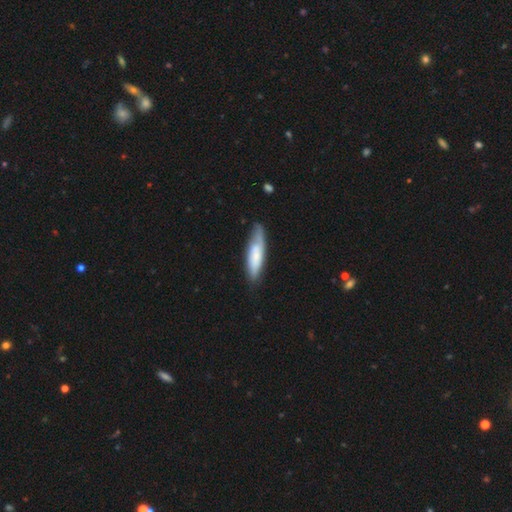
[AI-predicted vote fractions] Smooth or featured? smooth (59%)
How rounded? cigar-shaped (66%)
Merging? none (69%)